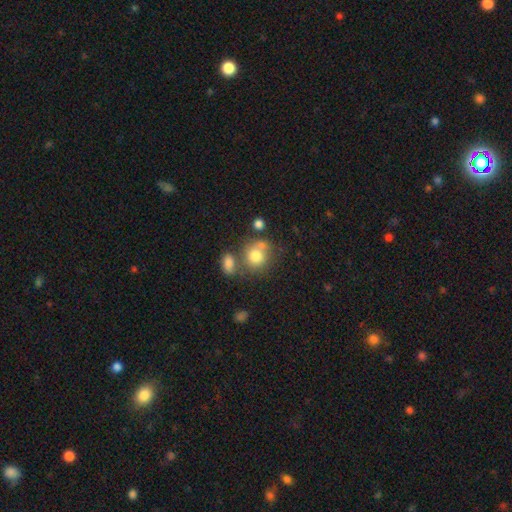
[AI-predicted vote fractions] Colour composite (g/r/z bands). It shows a smooth galaxy with no disk features (78%) that is round (77%). Merging: none (47%).